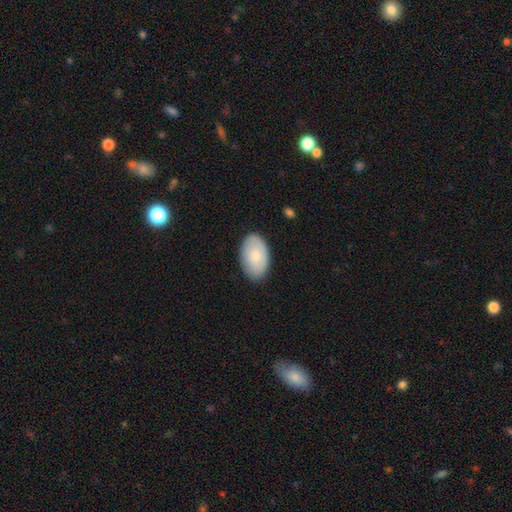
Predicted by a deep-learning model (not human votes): Q: Smooth or featured?
A: smooth (81%); runner-up: featured or disk (14%)
Q: How rounded?
A: in between (93%); runner-up: round (6%)
Q: Merging?
A: none (86%); runner-up: minor disturbance (11%)